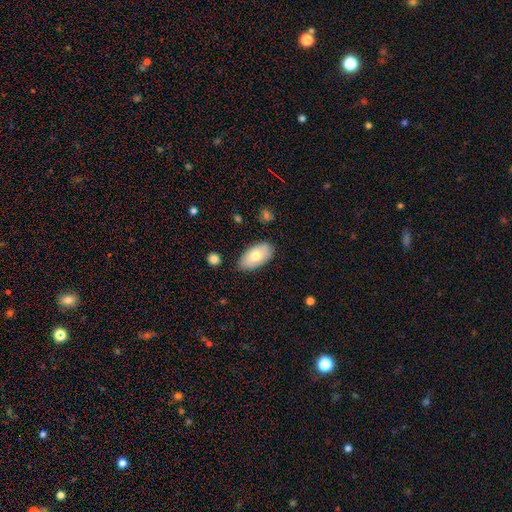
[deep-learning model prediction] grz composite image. It shows a smooth galaxy with no disk features (73%) that is in between round and cigar-shaped (95%). Merging: none (82%).